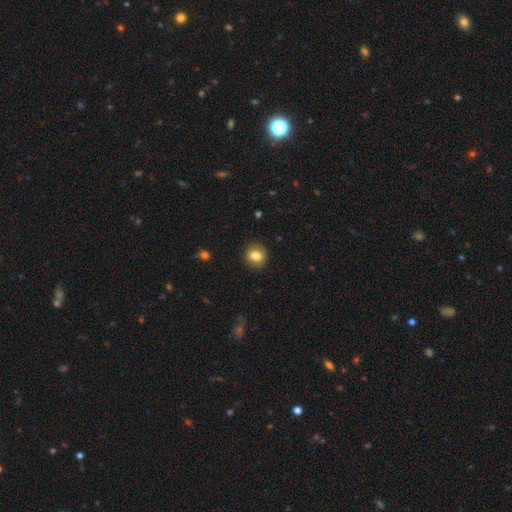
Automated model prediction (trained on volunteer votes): Smooth or featured? smooth (81%)
How rounded? round (78%)
Merging? none (89%)